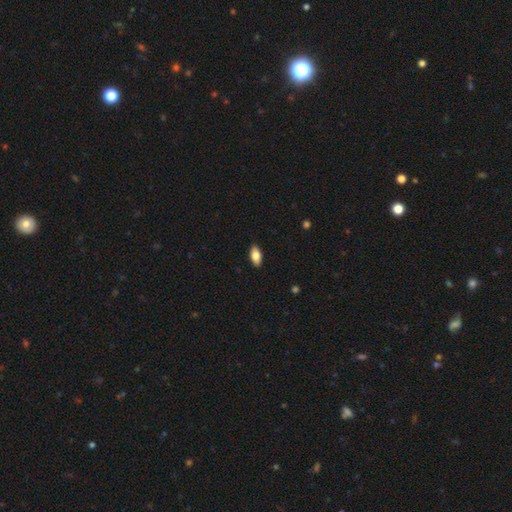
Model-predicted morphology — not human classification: Q: Smooth or featured?
A: smooth (81%); runner-up: featured or disk (13%)
Q: How rounded?
A: in between (90%); runner-up: cigar-shaped (7%)
Q: Merging?
A: none (89%); runner-up: minor disturbance (8%)